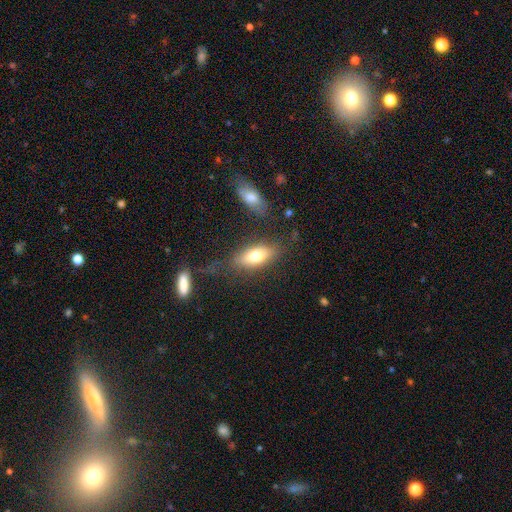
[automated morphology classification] A smooth galaxy with no disk features (71%) that is in between round and cigar-shaped (79%). Merging: none (73%).